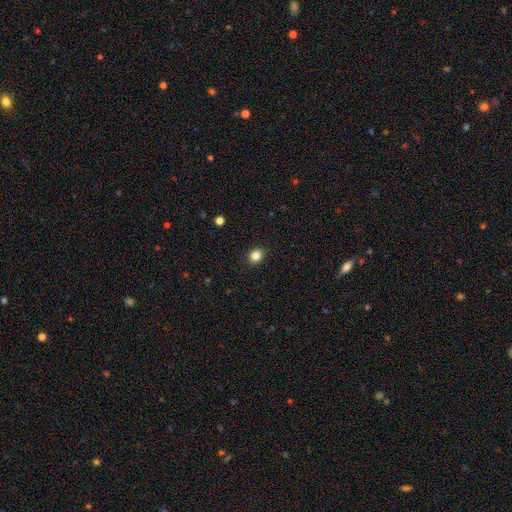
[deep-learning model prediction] smooth_or_featured: smooth (p=0.84) [alt: star or artifact p=0.11]
how_rounded: round (p=0.57) [alt: in between p=0.42]
merging: none (p=0.90) [alt: minor disturbance p=0.07]